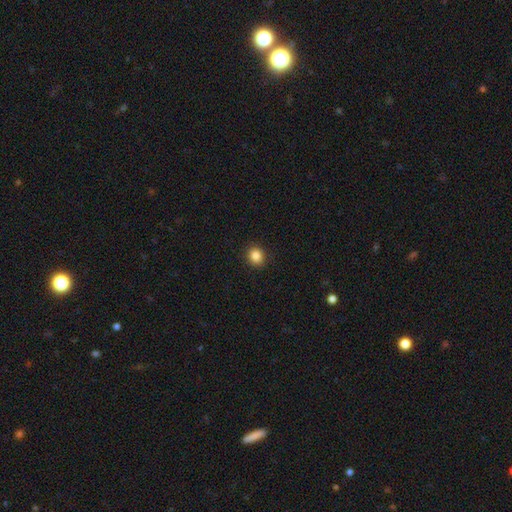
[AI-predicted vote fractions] This appears to be a smooth galaxy with no disk features (85%) that is round (78%). Merging: none (91%).